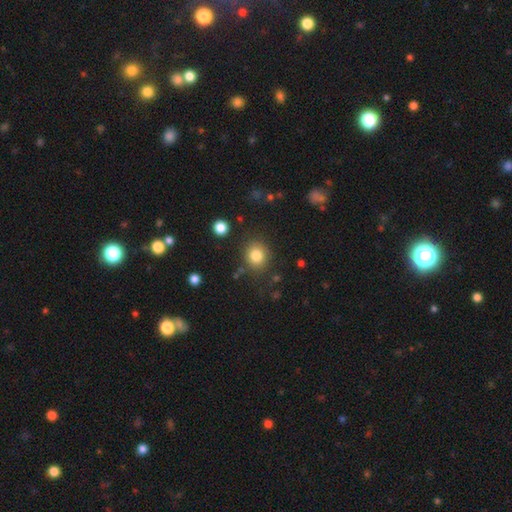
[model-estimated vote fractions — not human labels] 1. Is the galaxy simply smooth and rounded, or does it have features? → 82% smooth, 10% star or artifact, 7% featured or disk.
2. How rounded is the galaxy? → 79% round, 20% in between, 1% cigar-shaped.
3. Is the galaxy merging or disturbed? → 84% none, 9% minor disturbance, 4% major disturbance, 3% merger.